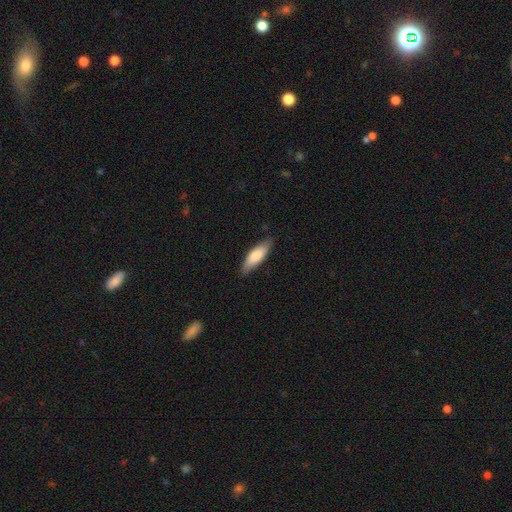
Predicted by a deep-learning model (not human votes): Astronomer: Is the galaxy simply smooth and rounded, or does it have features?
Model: smooth — 76%.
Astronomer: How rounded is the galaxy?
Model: in between — 50% (runner-up: cigar-shaped, 48%).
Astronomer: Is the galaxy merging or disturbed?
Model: none — 84%.